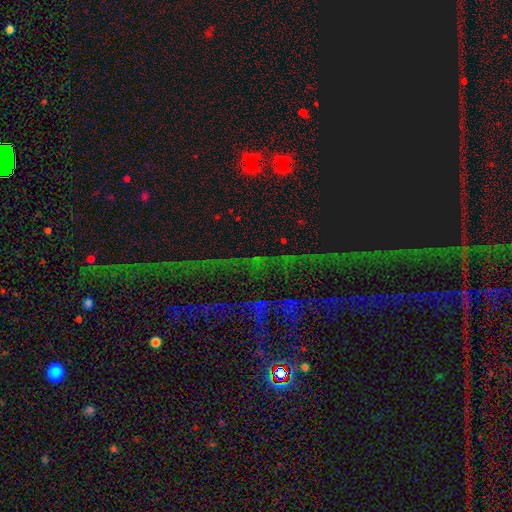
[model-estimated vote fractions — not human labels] Smooth or featured? Predicted: star or artifact (p=0.77).